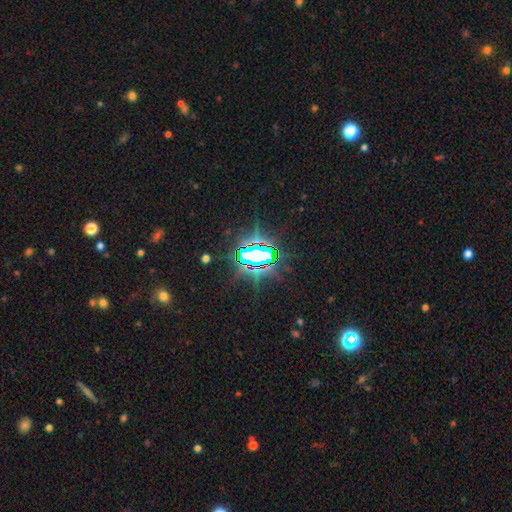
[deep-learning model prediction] This is clearly a star or artifact rather than a galaxy (80%).